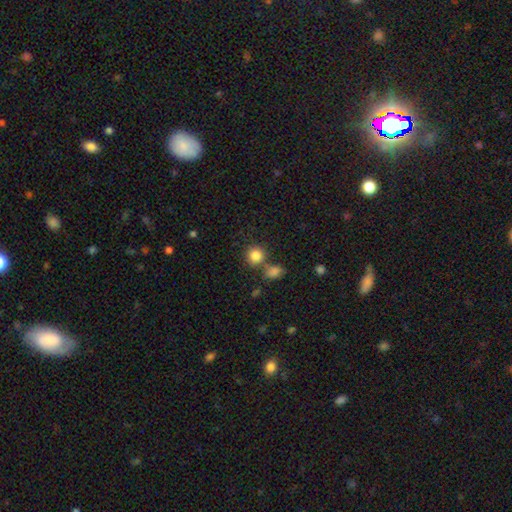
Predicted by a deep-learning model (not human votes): smooth 84%, star or artifact 10%, featured or disk 6%. Down the decision tree: how rounded — round (86%); merging — none (65%).